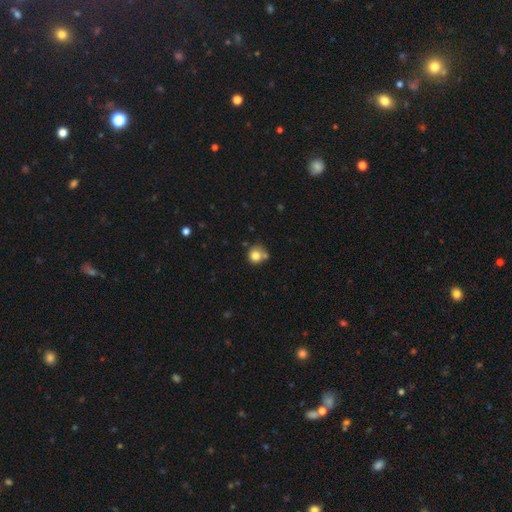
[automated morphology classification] smooth_or_featured: smooth (p=0.79) [alt: star or artifact p=0.11]
how_rounded: round (p=0.87) [alt: in between p=0.12]
merging: none (p=0.58) [alt: merger p=0.21]